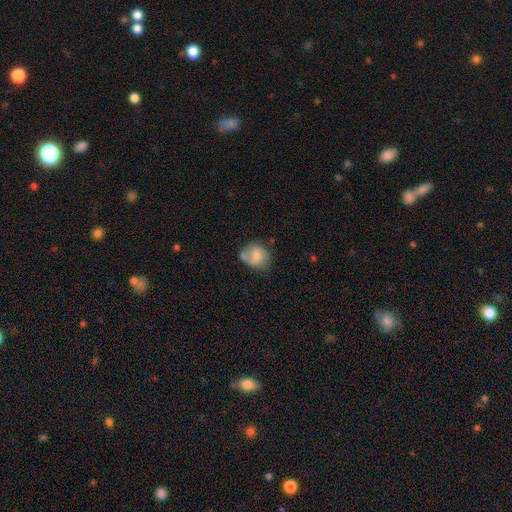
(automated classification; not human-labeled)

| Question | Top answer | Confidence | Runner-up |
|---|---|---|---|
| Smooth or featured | smooth | 68% | featured or disk (24%) |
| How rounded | round | 67% | in between (32%) |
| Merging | none | 43% | minor disturbance (25%) |